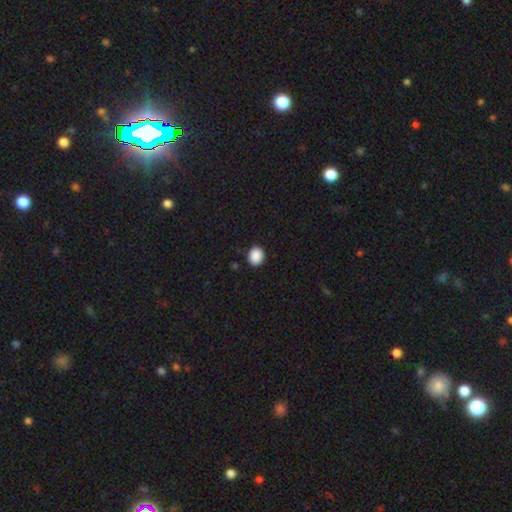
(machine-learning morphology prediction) Smooth or featured: smooth — 89% (star or artifact — 9%)
How rounded: round — 64% (in between — 35%)
Merging: none — 90% (minor disturbance — 7%)